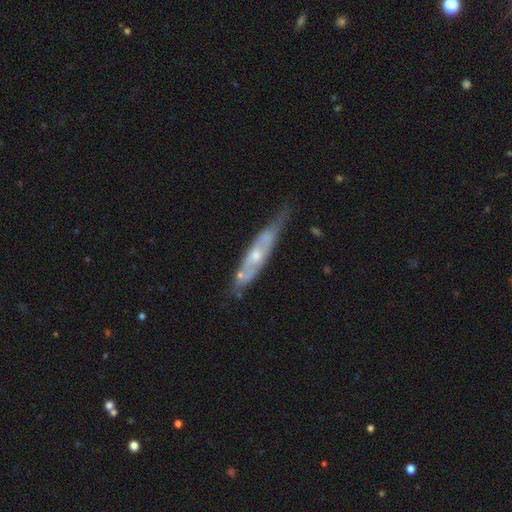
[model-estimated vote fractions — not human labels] The model was most divided on "edge-on disk": no: 53%, yes: 47%. More confident: smooth or featured — featured or disk (71%); merging — none (55%).